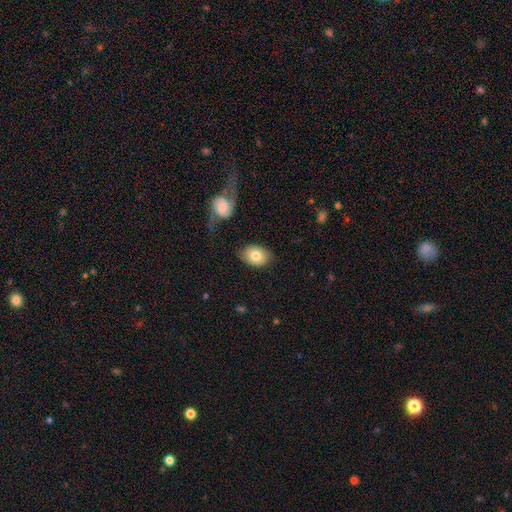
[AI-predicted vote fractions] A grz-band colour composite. It shows a smooth galaxy with no disk features (76%) that is in between round and cigar-shaped (79%). Merging: none (79%).